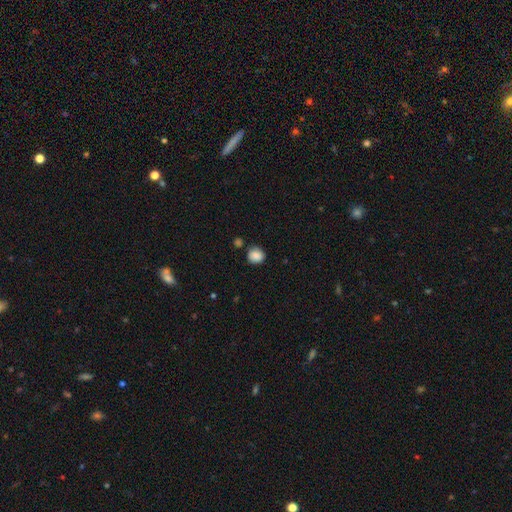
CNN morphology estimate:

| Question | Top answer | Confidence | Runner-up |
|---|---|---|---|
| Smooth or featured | smooth | 87% | star or artifact (9%) |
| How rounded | round | 78% | in between (21%) |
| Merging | none | 76% | minor disturbance (15%) |